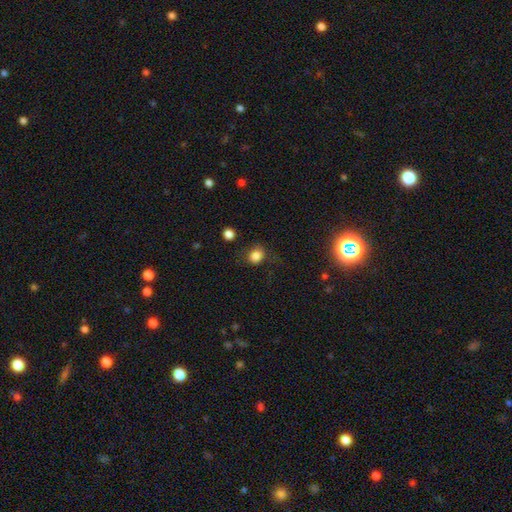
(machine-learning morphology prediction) A smooth galaxy with no disk features (83%) that is round (68%).

Vote fractions:
- Smooth or featured? smooth: 83% / star or artifact: 11% / featured or disk: 6%
- How rounded? round: 68% / in between: 31% / cigar-shaped: 1%
- Merging? none: 70% / minor disturbance: 19% / major disturbance: 9% / merger: 2%